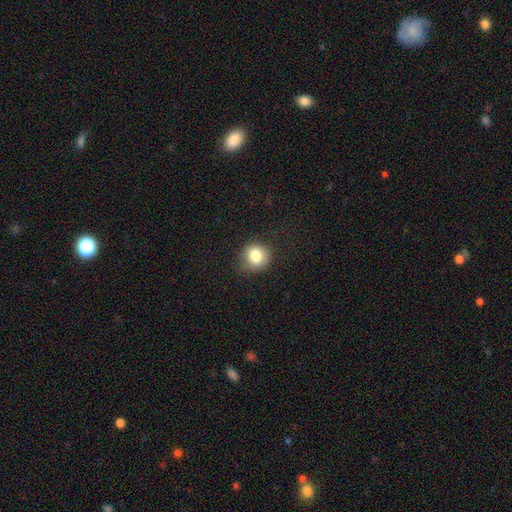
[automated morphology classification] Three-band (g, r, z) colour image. It shows a smooth galaxy with no disk features (82%) that is round (76%). Merging: none (72%).